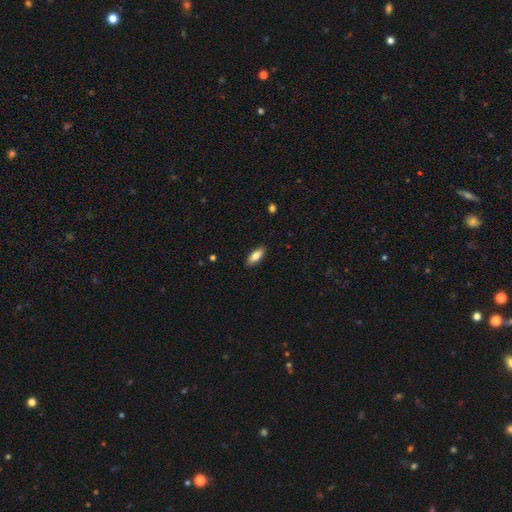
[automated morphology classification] Smooth or featured? smooth (82%)
How rounded? in between (77%)
Merging? none (89%)